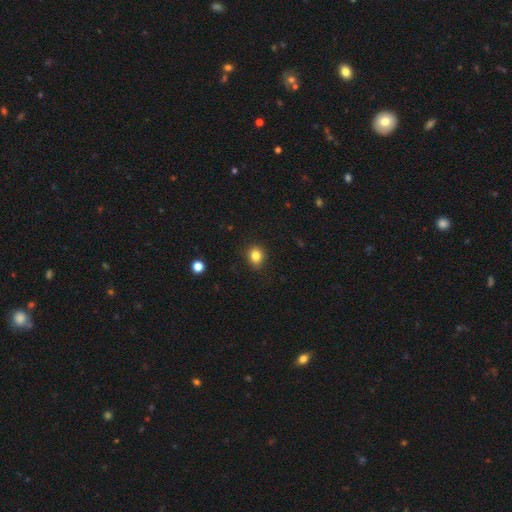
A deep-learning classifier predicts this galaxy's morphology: Smooth or featured? Predicted: smooth (p=0.83). How rounded? Predicted: round (p=0.63). Merging? Predicted: none (p=0.85).